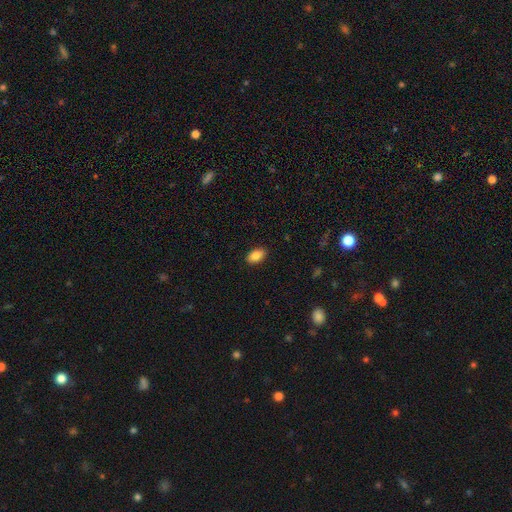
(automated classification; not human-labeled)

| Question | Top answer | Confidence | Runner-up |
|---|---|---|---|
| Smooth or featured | smooth | 88% | star or artifact (8%) |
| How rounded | in between | 93% | round (6%) |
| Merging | none | 88% | minor disturbance (9%) |